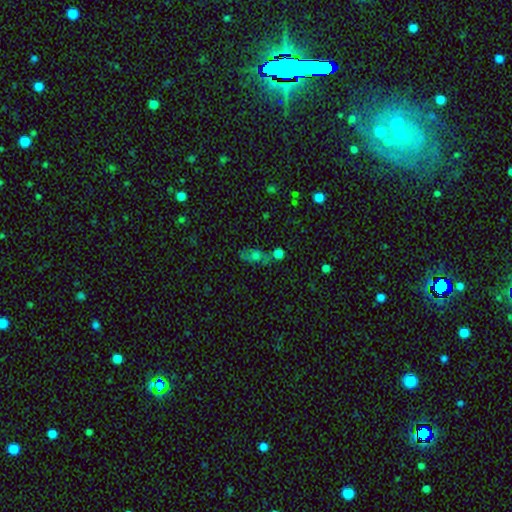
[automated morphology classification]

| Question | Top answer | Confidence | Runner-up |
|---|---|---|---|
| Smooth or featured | smooth | 53% | star or artifact (24%) |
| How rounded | in between | 68% | round (21%) |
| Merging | none | 49% | merger (24%) |